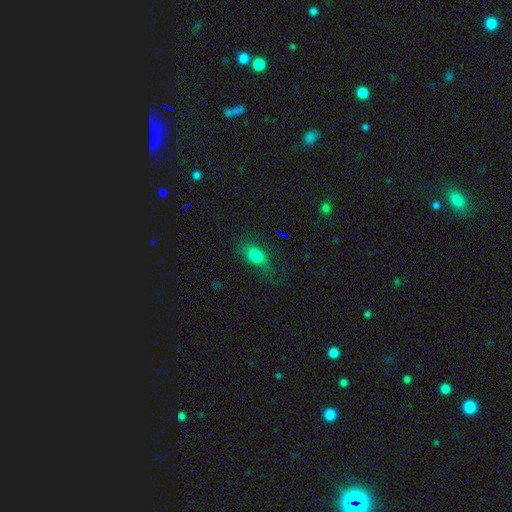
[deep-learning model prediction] Smooth or featured? Predicted: smooth (p=0.78). How rounded? Predicted: in between (p=0.78). Merging? Predicted: none (p=0.70).